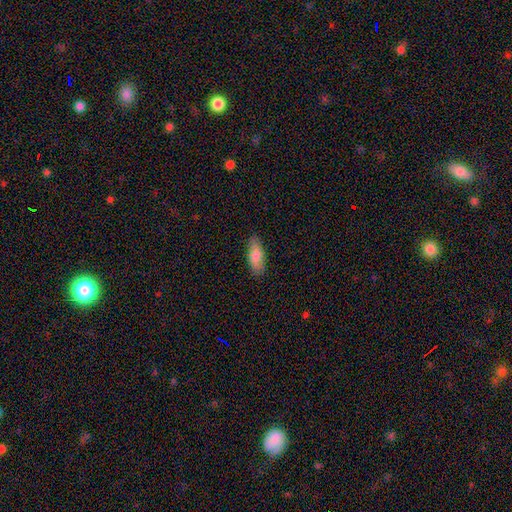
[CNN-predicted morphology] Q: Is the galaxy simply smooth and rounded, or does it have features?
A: smooth — 78%.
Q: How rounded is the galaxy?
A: in between — 70%.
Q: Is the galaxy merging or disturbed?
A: none — 84%.